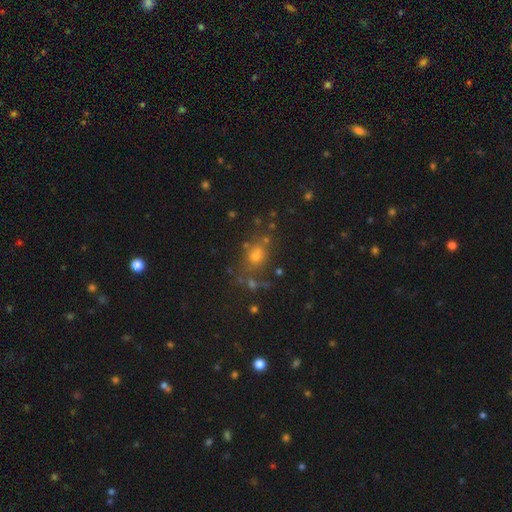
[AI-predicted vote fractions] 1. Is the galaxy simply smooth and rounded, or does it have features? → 60% smooth, 28% star or artifact, 13% featured or disk.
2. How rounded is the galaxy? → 65% round, 33% in between, 2% cigar-shaped.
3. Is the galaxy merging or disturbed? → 68% none, 14% minor disturbance, 12% merger, 7% major disturbance.